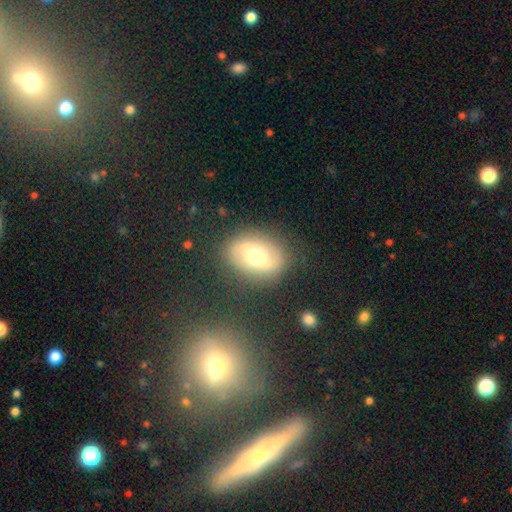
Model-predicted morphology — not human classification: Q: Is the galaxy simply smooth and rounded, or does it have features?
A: featured or disk — 44%.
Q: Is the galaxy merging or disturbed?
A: none — 82%.